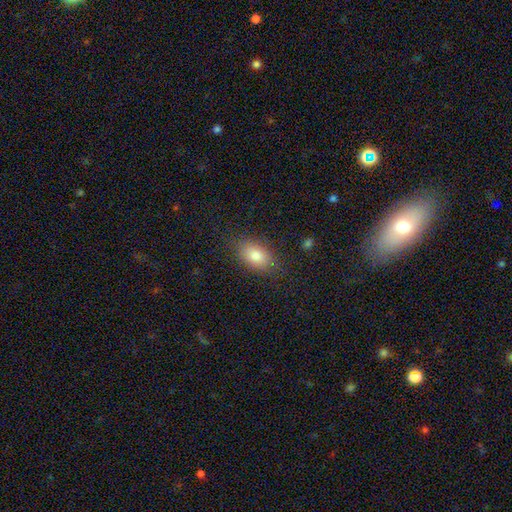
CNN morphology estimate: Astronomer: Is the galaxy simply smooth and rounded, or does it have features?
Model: smooth — 80%.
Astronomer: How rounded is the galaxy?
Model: in between — 87%.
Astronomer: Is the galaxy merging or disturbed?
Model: none — 83%.